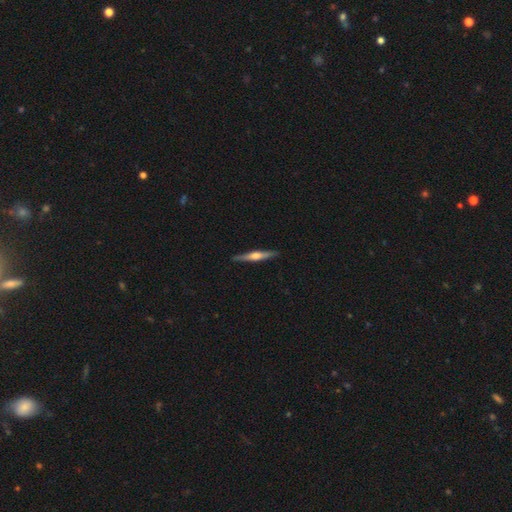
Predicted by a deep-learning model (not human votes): A featured or disk galaxy (68%) viewed edge-on (98%) with a rounded central bulge (83%). Merging: none (90%).